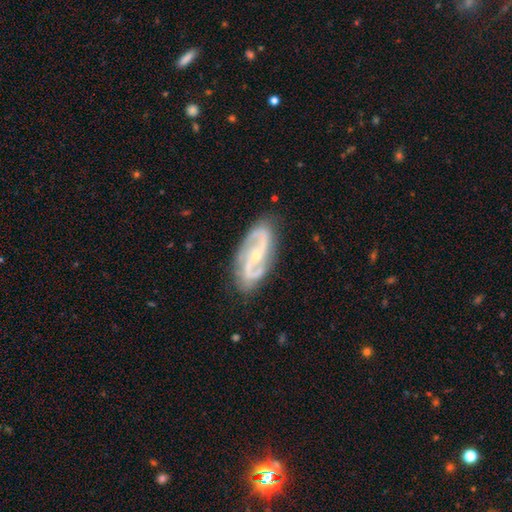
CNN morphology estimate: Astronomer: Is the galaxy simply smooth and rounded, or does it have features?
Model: featured or disk — 89%.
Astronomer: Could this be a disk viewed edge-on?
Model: no — 95%.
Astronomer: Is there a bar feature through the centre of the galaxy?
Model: no — 38% (runner-up: weak, 35%).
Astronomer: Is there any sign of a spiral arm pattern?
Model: yes — 97%.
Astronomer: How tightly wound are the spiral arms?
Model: medium — 48% (runner-up: loose, 29%).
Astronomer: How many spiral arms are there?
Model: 2 — 89%.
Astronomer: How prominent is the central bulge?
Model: small — 68%.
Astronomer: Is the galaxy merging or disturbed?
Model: none — 82%.